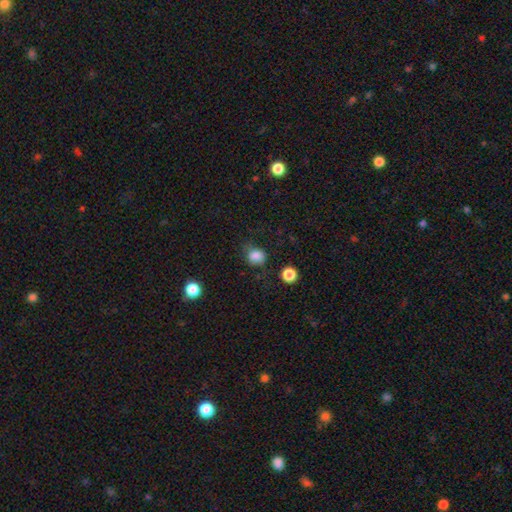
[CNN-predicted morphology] Smooth or featured?
  - smooth: 83% *
  - star or artifact: 12%
  - featured or disk: 6%
How rounded?
  - round: 69% *
  - in between: 30%
  - cigar-shaped: 1%
Merging?
  - none: 66% *
  - minor disturbance: 22%
  - major disturbance: 9%
  - merger: 3%